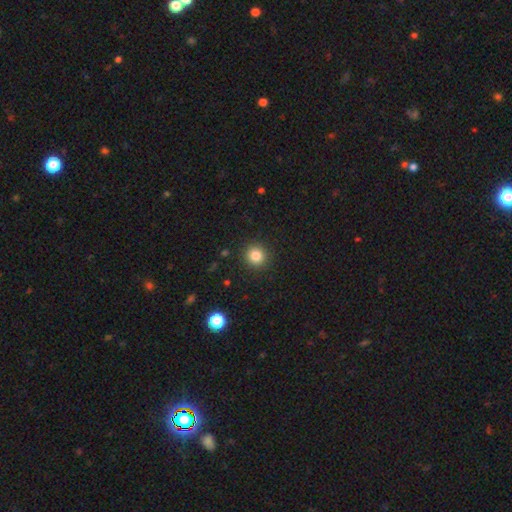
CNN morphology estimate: The model was most divided on "smooth or featured": smooth: 83%, star or artifact: 11%, featured or disk: 5%. More confident: how rounded — round (92%); merging — none (91%).